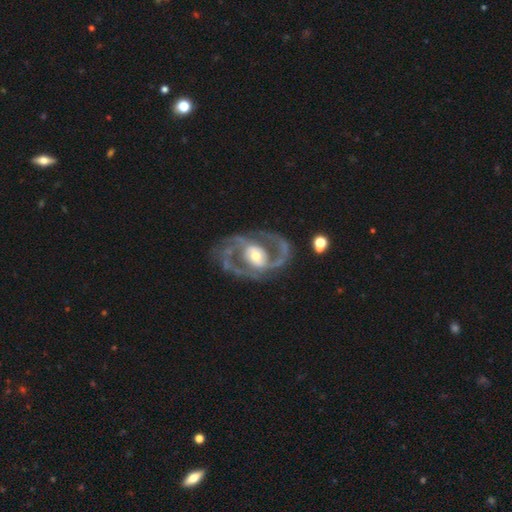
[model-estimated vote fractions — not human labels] smooth-or-featured: featured or disk: 88% | smooth: 8% | star or artifact: 4%
  disk-edge-on: no: 97% | yes: 3%
    bar: no: 47% | weak: 34% | strong: 19%
    has-spiral-arms: yes: 90% | no: 10%
      spiral-winding: medium: 57% | loose: 23% | tight: 20%
      spiral-arm-count: 2: 86% | can't tell: 5% | 3: 3% | 1: 3% | 4: 2% | more than 4: 1%
    bulge-size: moderate: 61% | small: 22% | large: 14% | dominant: 2% | none: 1%
  merging: none: 68% | minor disturbance: 15% | major disturbance: 15% | merger: 3%